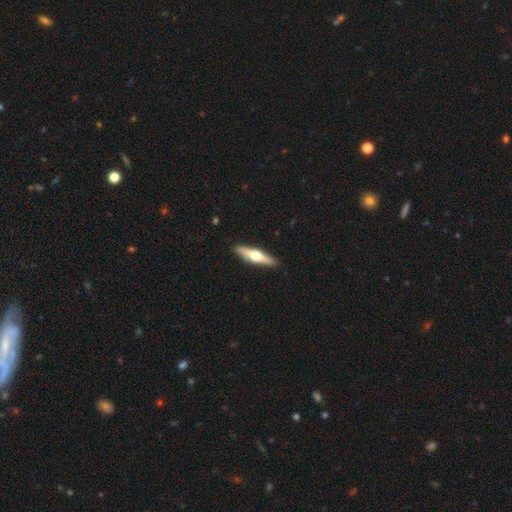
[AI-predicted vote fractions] A featured or disk galaxy (59%) viewed edge-on (95%) with a rounded central bulge (94%). Merging: none (90%).